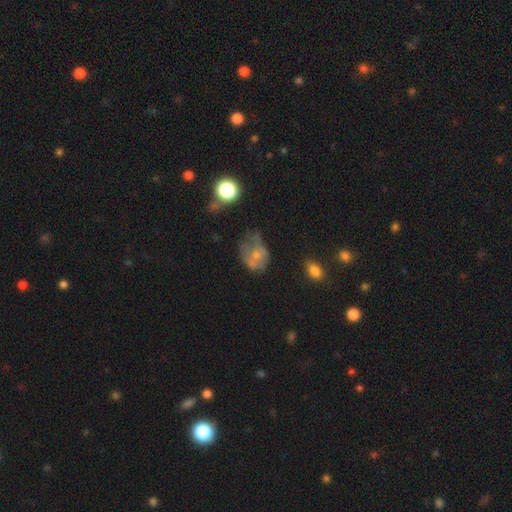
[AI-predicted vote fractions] A smooth galaxy with no disk features (46%). Merging: major disturbance (34%).